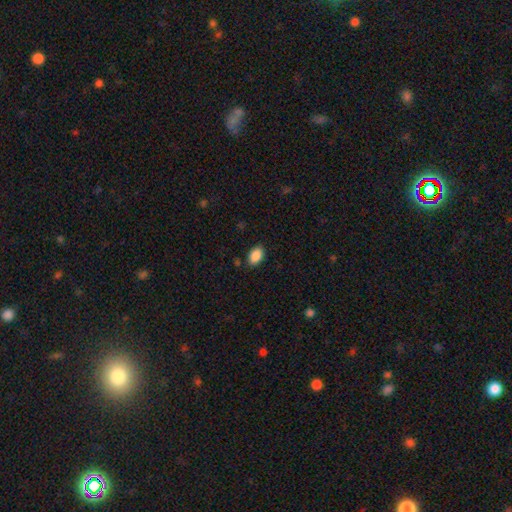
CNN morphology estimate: This is clearly a smooth galaxy (89%). How rounded: clearly in between (89%). Merging: clearly none (86%).